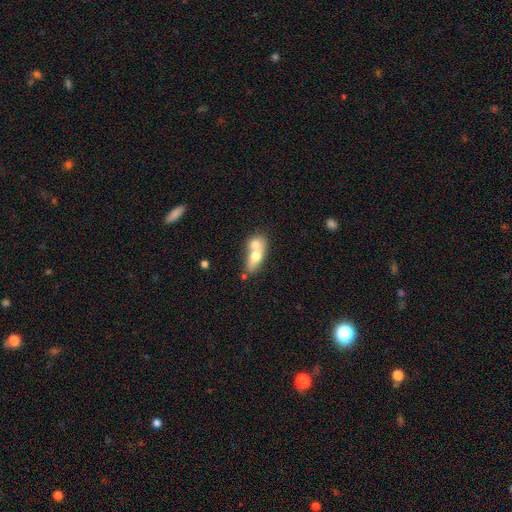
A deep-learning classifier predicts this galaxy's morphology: Smooth or featured? smooth (66%)
How rounded? in between (68%)
Merging? merger (70%)